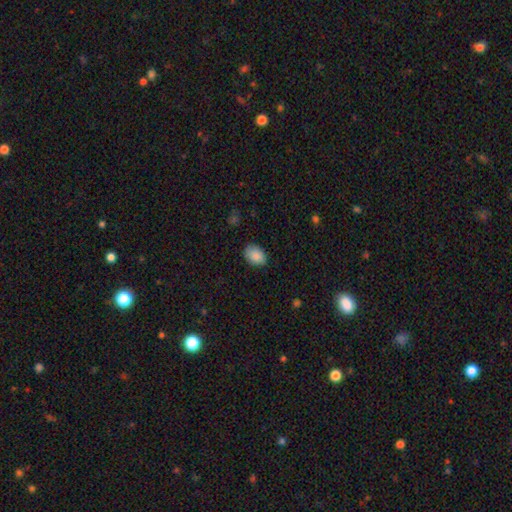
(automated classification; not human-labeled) Q: Smooth or featured?
A: smooth (88%); runner-up: star or artifact (7%)
Q: How rounded?
A: in between (80%); runner-up: round (19%)
Q: Merging?
A: none (84%); runner-up: minor disturbance (13%)